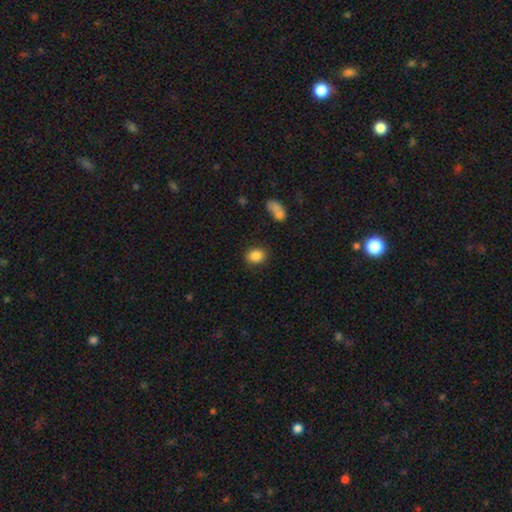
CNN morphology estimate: A smooth galaxy with no disk features (86%) that is in between round and cigar-shaped (52%).

Vote fractions:
- Smooth or featured? smooth: 86% / star or artifact: 9% / featured or disk: 5%
- How rounded? in between: 52% / round: 47% / cigar-shaped: 1%
- Merging? none: 84% / minor disturbance: 10% / major disturbance: 3% / merger: 3%